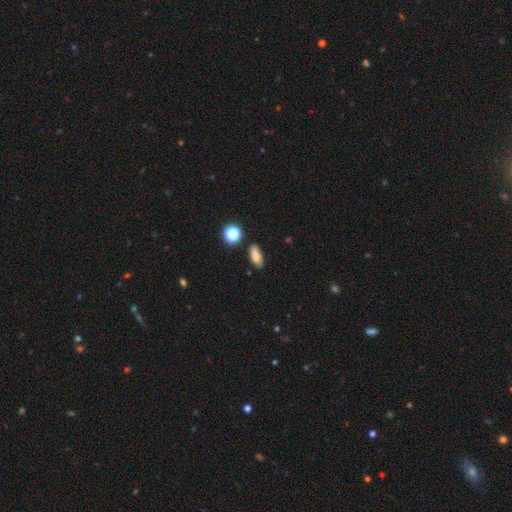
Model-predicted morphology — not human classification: A smooth galaxy with no disk features (82%) that is in between round and cigar-shaped (80%).

Vote fractions:
- Smooth or featured? smooth: 82% / star or artifact: 11% / featured or disk: 7%
- How rounded? in between: 80% / cigar-shaped: 12% / round: 7%
- Merging? none: 81% / minor disturbance: 13% / merger: 3% / major disturbance: 3%